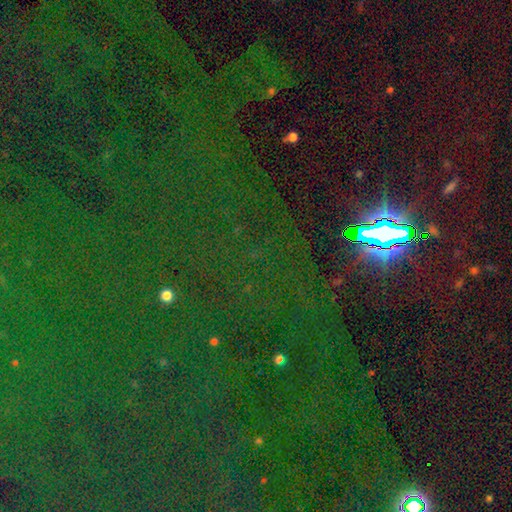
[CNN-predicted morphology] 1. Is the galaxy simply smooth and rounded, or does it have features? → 85% star or artifact, 8% smooth, 7% featured or disk.